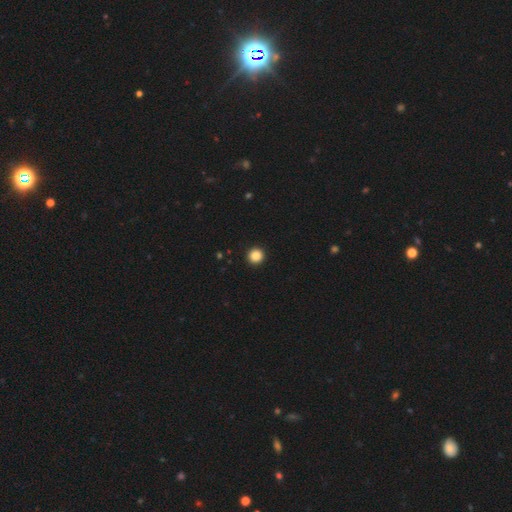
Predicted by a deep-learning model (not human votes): smooth_or_featured: smooth (p=0.87) [alt: star or artifact p=0.10]
how_rounded: round (p=0.95) [alt: in between p=0.04]
merging: none (p=0.94) [alt: minor disturbance p=0.04]